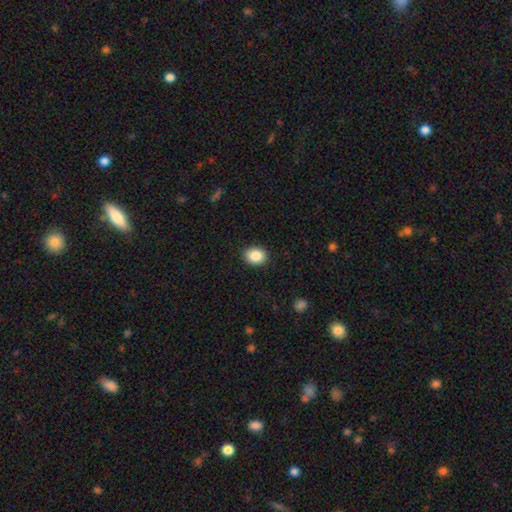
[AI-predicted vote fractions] Smooth or featured?
  - smooth: 87% *
  - star or artifact: 8%
  - featured or disk: 4%
How rounded?
  - in between: 52% *
  - round: 47%
  - cigar-shaped: 1%
Merging?
  - none: 88% *
  - minor disturbance: 8%
  - major disturbance: 2%
  - merger: 1%